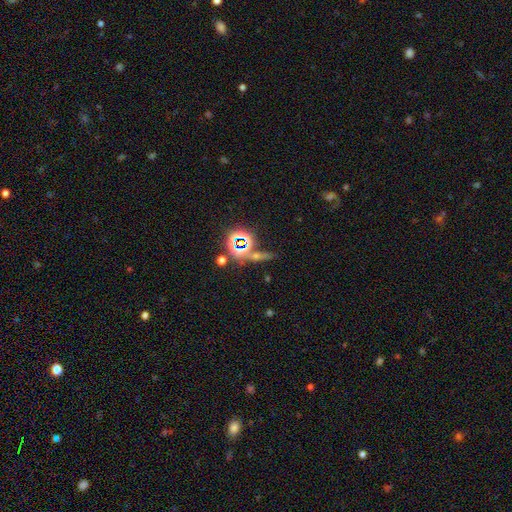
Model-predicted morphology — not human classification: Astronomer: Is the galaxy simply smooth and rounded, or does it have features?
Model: star or artifact — 65%.